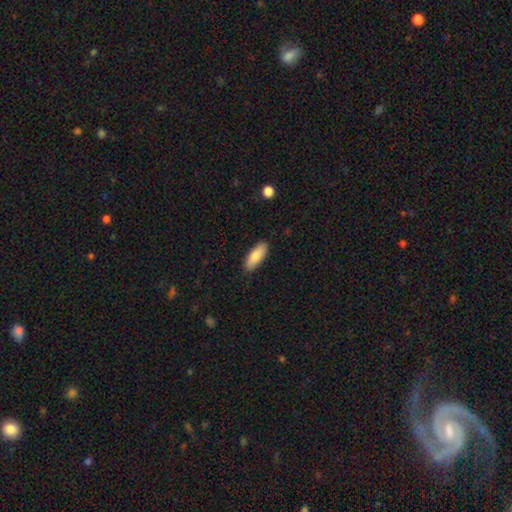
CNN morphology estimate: A smooth galaxy with no disk features (83%) that is in between round and cigar-shaped (68%). Merging: none (88%).